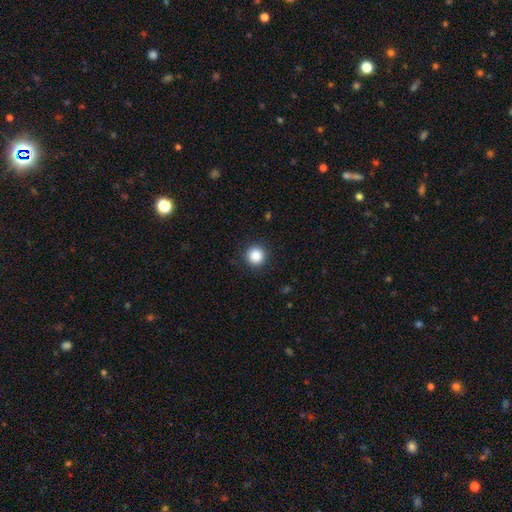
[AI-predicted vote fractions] Smooth or featured? smooth (87%)
How rounded? round (95%)
Merging? none (90%)